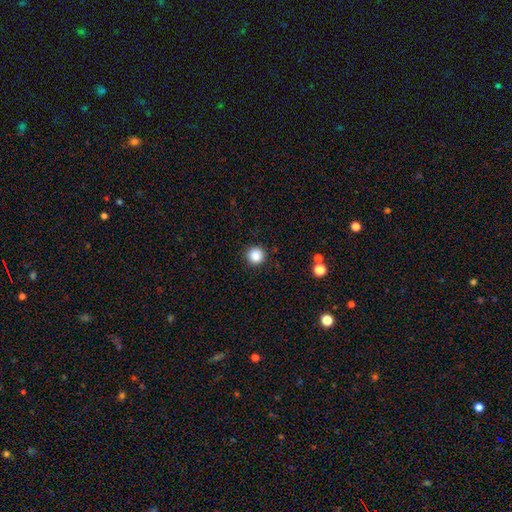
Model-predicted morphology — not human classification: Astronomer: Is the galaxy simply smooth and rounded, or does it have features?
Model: smooth — 87%.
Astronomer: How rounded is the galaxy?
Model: round — 95%.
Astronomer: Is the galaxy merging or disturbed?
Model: none — 91%.